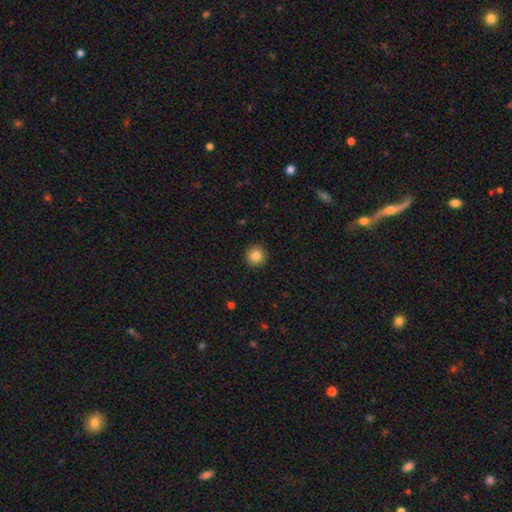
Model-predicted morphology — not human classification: Smooth or featured?
  - smooth: 85% *
  - star or artifact: 10%
  - featured or disk: 5%
How rounded?
  - round: 95% *
  - in between: 4%
  - cigar-shaped: 1%
Merging?
  - none: 93% *
  - minor disturbance: 5%
  - major disturbance: 2%
  - merger: 1%